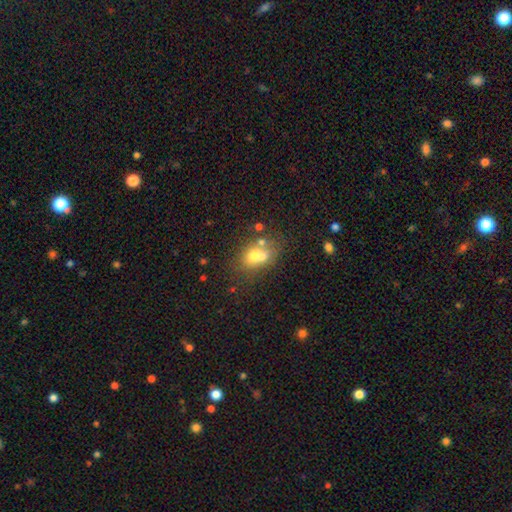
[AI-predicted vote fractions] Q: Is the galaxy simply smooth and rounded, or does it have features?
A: smooth — 59%.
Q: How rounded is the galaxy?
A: in between — 64%.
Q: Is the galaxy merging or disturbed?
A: merger — 49%.